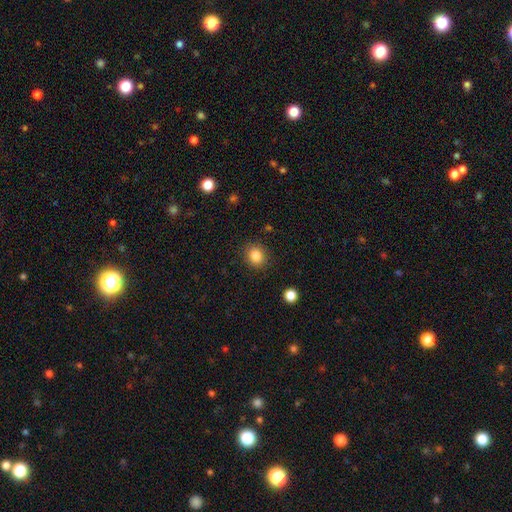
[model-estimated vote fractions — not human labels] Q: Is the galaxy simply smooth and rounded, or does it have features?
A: smooth — 85%.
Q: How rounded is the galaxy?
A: round — 77%.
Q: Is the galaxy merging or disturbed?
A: none — 88%.